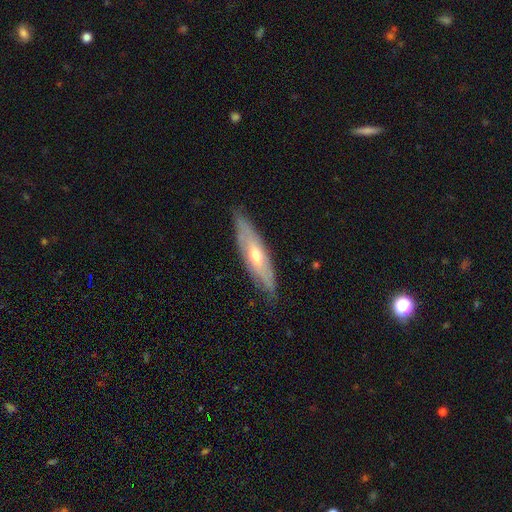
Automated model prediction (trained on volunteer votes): The model was most divided on "edge-on disk": no: 51%, yes: 49%. More confident: merging — none (78%); smooth or featured — featured or disk (61%).